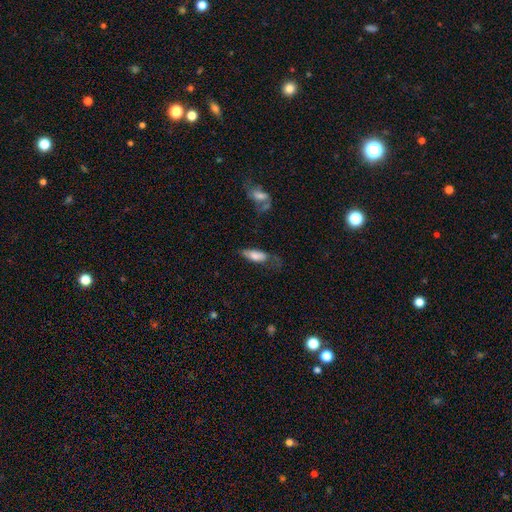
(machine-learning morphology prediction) Smooth or featured? smooth (73%)
How rounded? in between (74%)
Merging? none (41%)